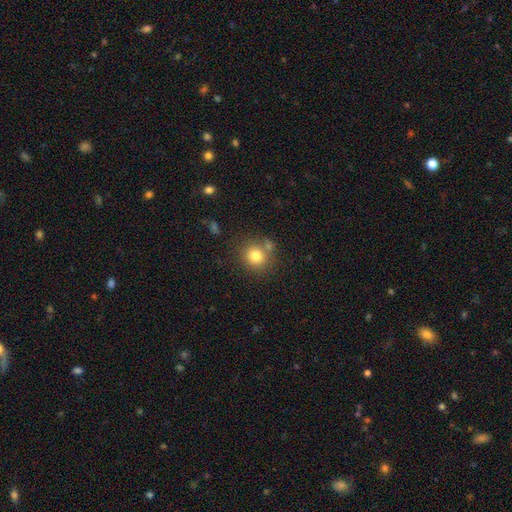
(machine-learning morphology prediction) Smooth or featured? Predicted: smooth (p=0.79). How rounded? Predicted: round (p=0.88). Merging? Predicted: none (p=0.71).